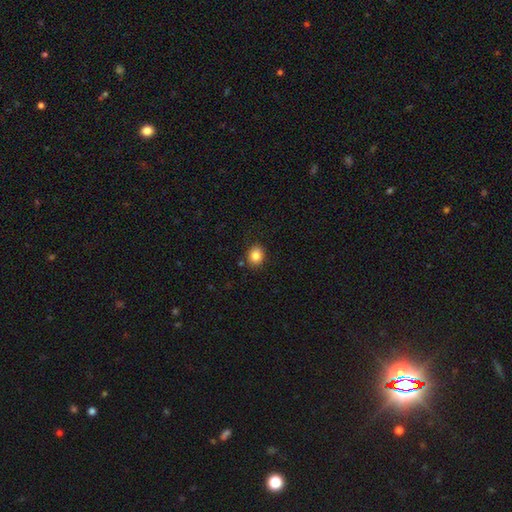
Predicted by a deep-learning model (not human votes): Q: Smooth or featured?
A: smooth (85%); runner-up: star or artifact (10%)
Q: How rounded?
A: round (62%); runner-up: in between (37%)
Q: Merging?
A: none (85%); runner-up: minor disturbance (10%)